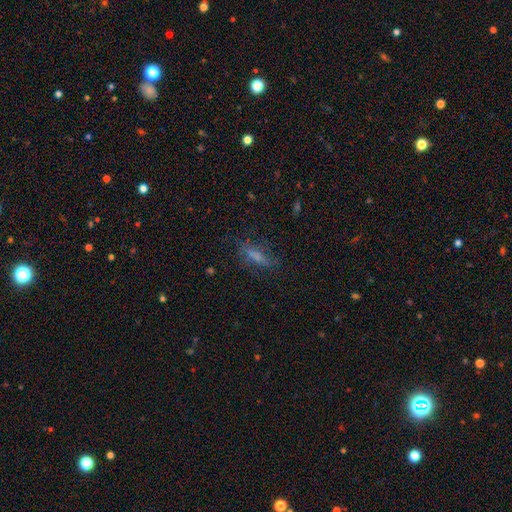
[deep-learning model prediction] The model was most divided on "smooth or featured": smooth: 51%, featured or disk: 29%, star or artifact: 20%. More confident: merging — none (73%); how rounded — cigar-shaped (61%).